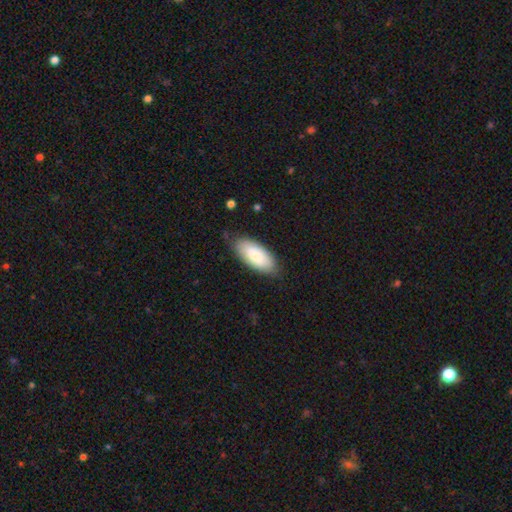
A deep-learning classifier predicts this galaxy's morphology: This appears to be a smooth galaxy with no disk features (78%) that is in between round and cigar-shaped (90%). Merging: none (77%).